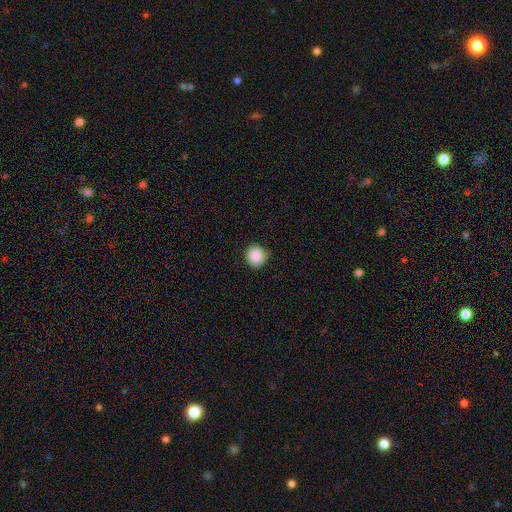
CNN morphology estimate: A smooth galaxy with no disk features (88%) that is round (93%). Merging: none (74%).